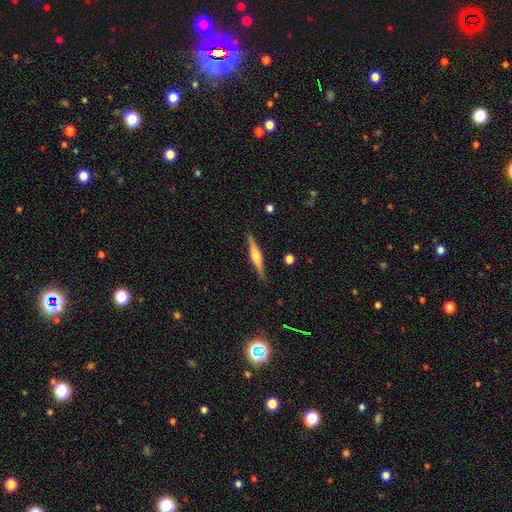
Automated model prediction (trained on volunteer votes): Smooth or featured? featured or disk (68%)
Edge-on disk? yes (98%)
Edge-on bulge? rounded (83%)
Merging? none (89%)